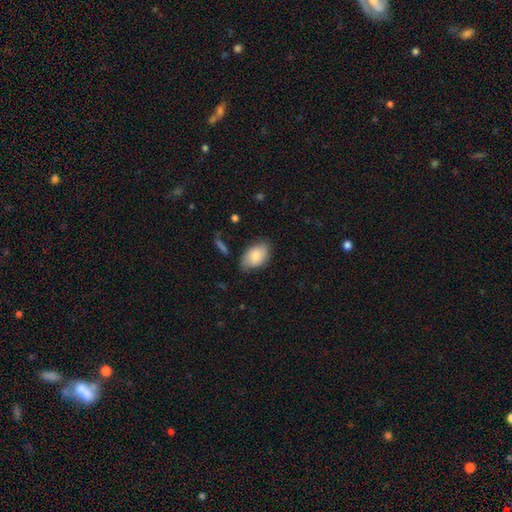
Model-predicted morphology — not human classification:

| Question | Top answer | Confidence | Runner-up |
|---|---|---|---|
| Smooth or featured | smooth | 79% | featured or disk (15%) |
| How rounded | in between | 91% | round (8%) |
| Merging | none | 73% | minor disturbance (21%) |